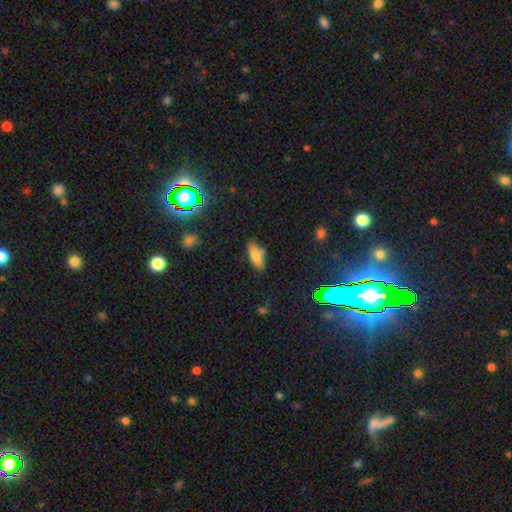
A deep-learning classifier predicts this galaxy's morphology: A smooth galaxy with no disk features (75%) that is in between round and cigar-shaped (74%). Merging: none (74%).